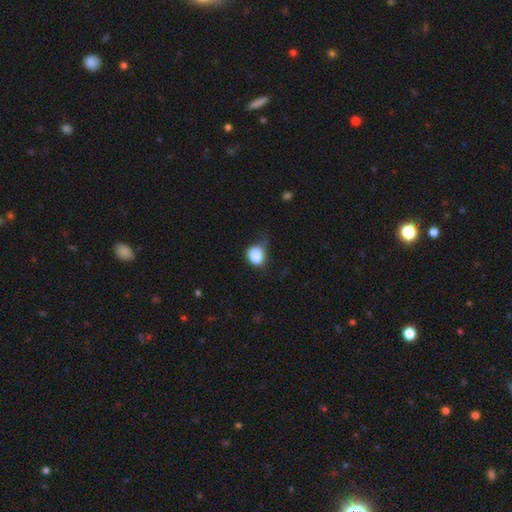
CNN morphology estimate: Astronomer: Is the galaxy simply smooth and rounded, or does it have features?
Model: smooth — 85%.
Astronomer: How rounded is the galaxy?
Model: round — 65%.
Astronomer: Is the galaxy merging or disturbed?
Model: none — 41%, tied with minor disturbance at 41%.